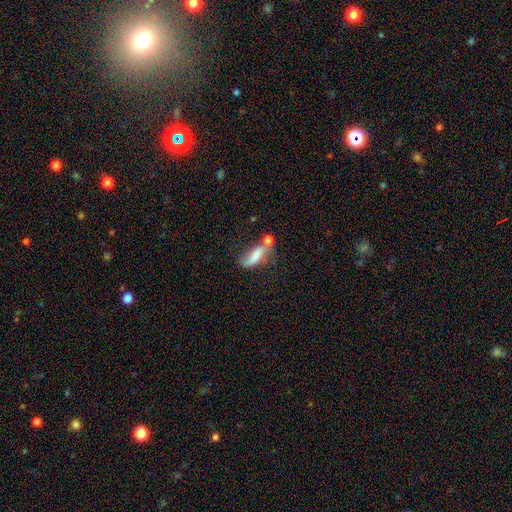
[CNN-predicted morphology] This is possibly a smooth galaxy (58%). How rounded: possibly in between (59%). Merging: marginally merger (33%, tied with none).